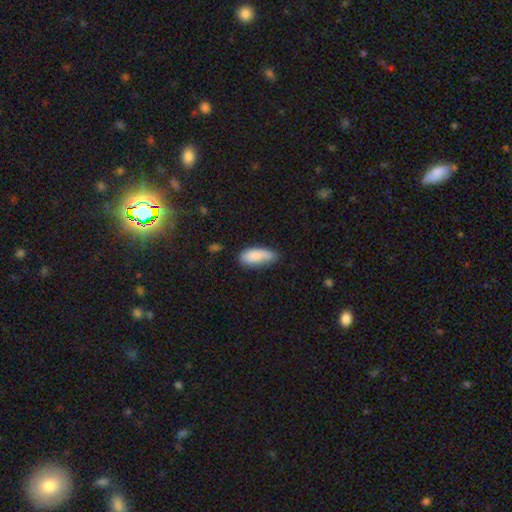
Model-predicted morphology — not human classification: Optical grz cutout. It shows a smooth galaxy with no disk features (84%) that is in between round and cigar-shaped (80%). Merging: none (58%).